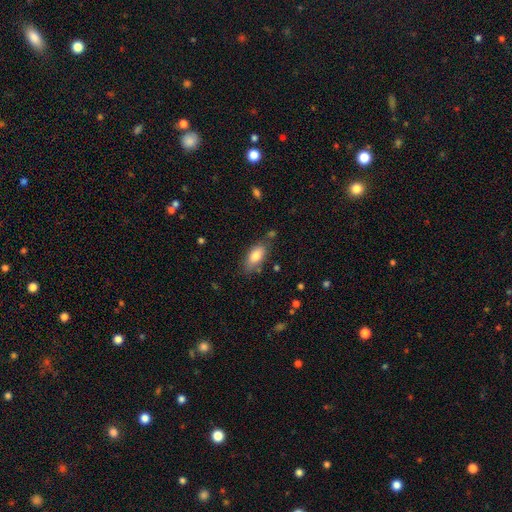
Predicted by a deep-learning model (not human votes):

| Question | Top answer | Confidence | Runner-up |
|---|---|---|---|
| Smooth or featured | smooth | 81% | featured or disk (13%) |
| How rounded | in between | 88% | cigar-shaped (8%) |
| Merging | none | 73% | minor disturbance (18%) |